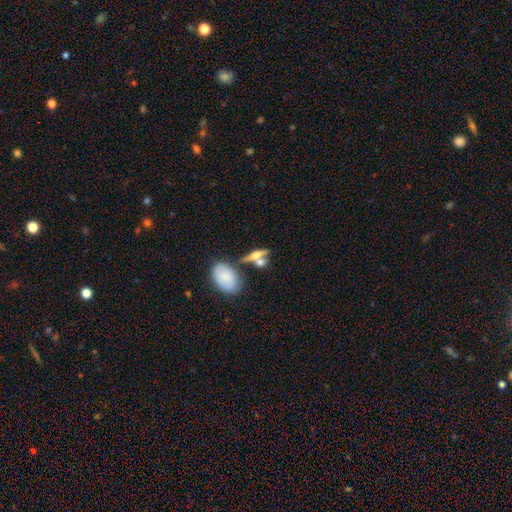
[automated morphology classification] A featured or disk galaxy (50%) viewed edge-on (86%). Merging: none (60%).